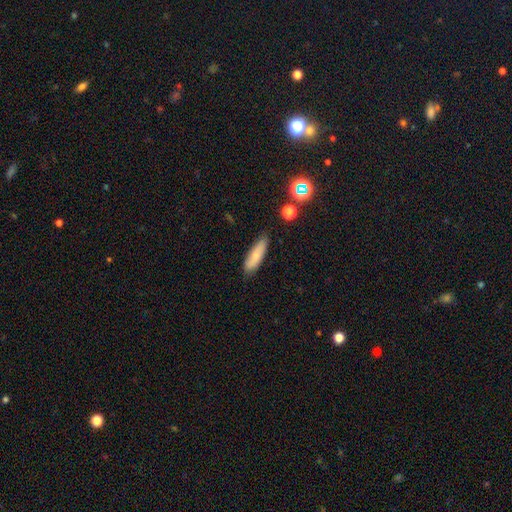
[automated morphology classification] smooth 72%, featured or disk 20%, star or artifact 8%. Down the decision tree: how rounded — cigar-shaped (58%); merging — none (81%).